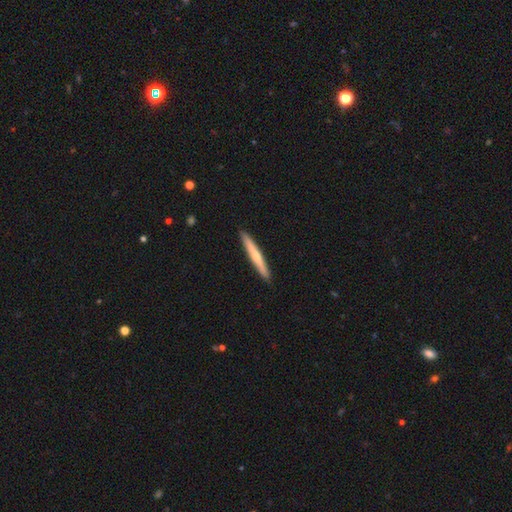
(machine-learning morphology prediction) Smooth or featured: smooth — 54% (featured or disk — 41%)
How rounded: cigar-shaped — 96% (in between — 3%)
Merging: none — 92% (minor disturbance — 6%)